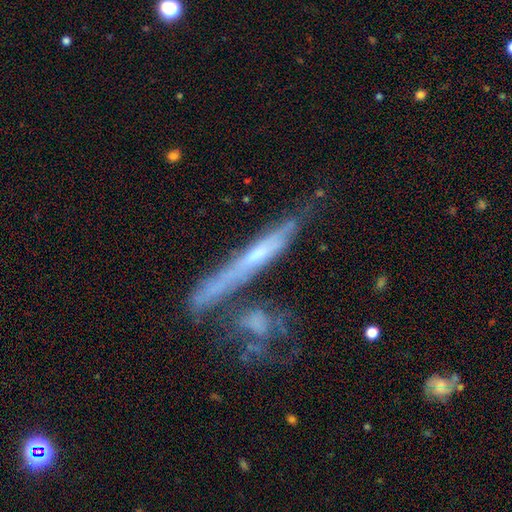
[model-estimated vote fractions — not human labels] A featured or disk galaxy (64%) viewed edge-on (78%) with no central bulge (60%). Merging: none (54%).